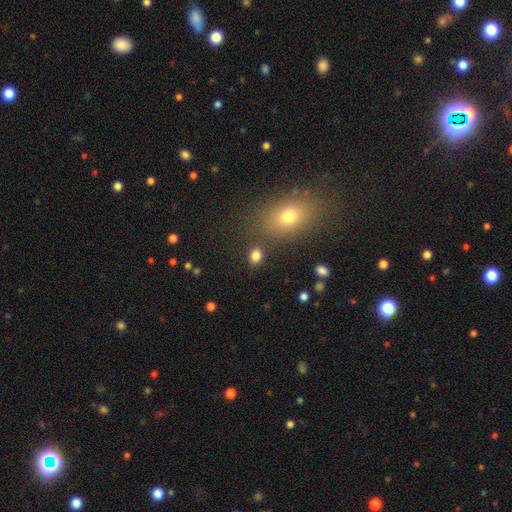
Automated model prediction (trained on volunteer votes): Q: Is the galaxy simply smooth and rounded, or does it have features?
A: smooth — 82%.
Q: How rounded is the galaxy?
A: in between — 64%.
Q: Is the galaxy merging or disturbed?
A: none — 80%.